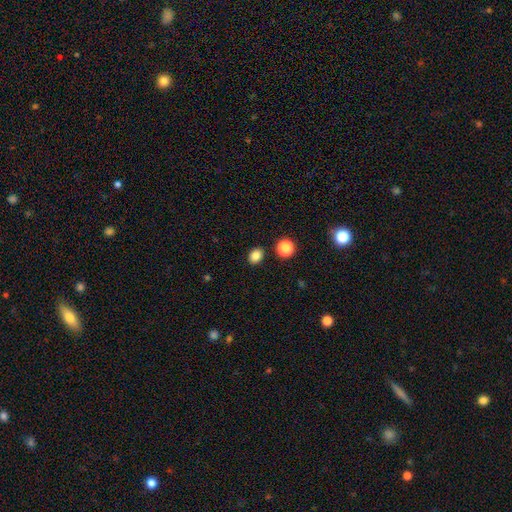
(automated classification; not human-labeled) Morphology: type=smooth (85%); roundness=in between (50%); merging=none (87%).